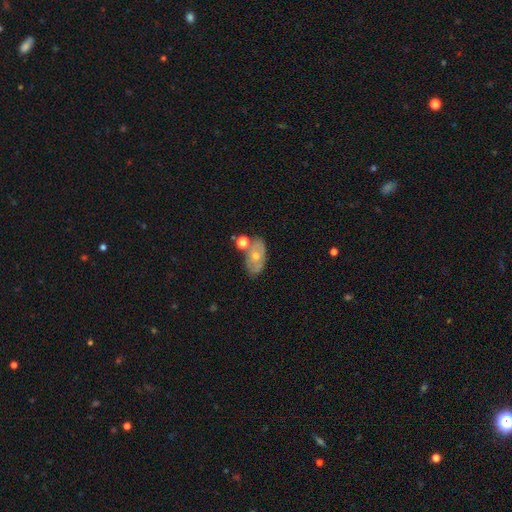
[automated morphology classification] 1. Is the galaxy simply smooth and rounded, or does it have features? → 52% smooth, 40% featured or disk, 9% star or artifact.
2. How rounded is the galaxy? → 86% in between, 11% round, 3% cigar-shaped.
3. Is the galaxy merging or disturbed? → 56% none, 19% merger, 19% minor disturbance, 6% major disturbance.